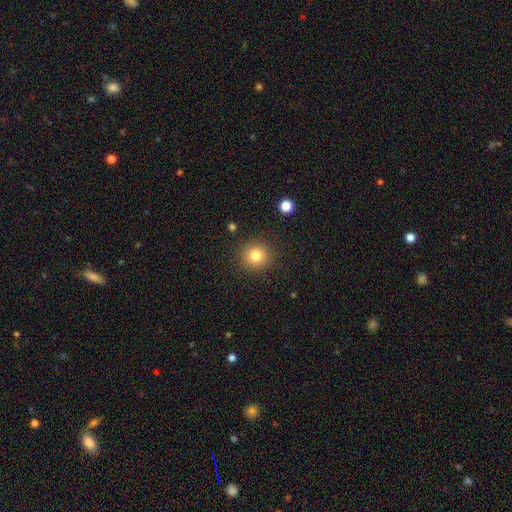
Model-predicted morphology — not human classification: smooth 80%, star or artifact 12%, featured or disk 7%. Down the decision tree: how rounded — round (92%); merging — none (90%).